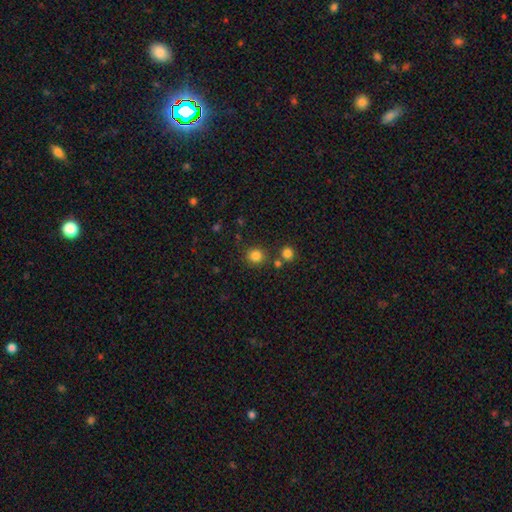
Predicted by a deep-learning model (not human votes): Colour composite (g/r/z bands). It shows a smooth galaxy with no disk features (82%) that is round (89%). Merging: none (81%).